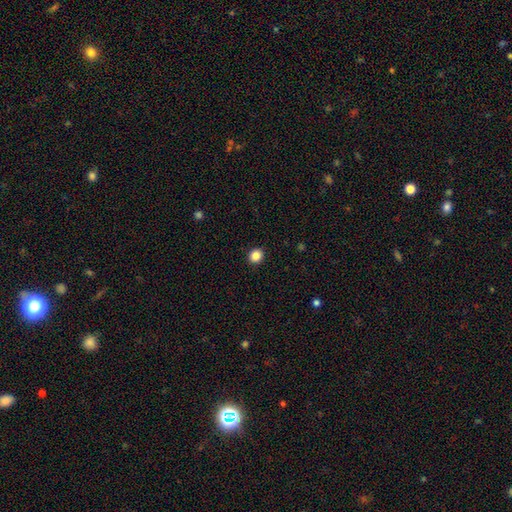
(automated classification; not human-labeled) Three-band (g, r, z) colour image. It shows a smooth galaxy with no disk features (86%) that is round (78%). Merging: none (93%).